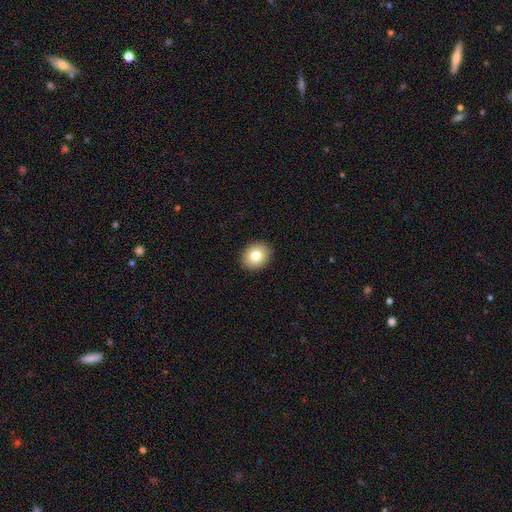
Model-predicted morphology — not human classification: Overall: smooth (79%). How rounded: round (61%; in between 39%). Merging: none (90%).